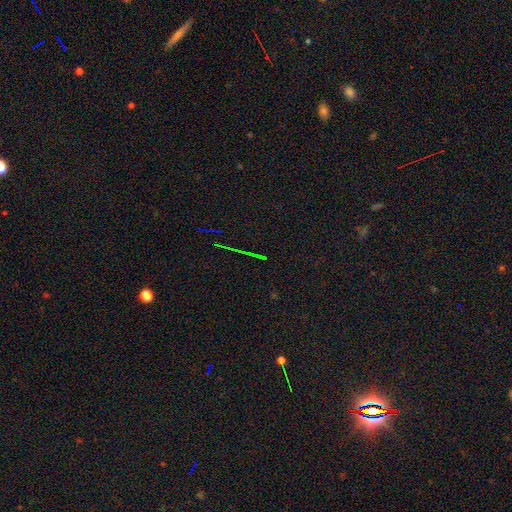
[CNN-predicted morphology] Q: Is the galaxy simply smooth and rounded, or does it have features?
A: star or artifact — 80%.